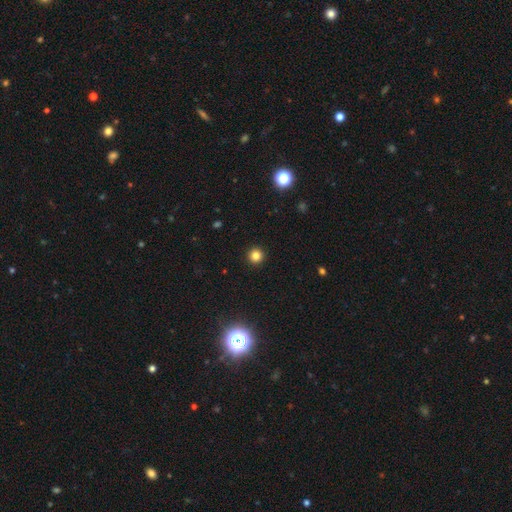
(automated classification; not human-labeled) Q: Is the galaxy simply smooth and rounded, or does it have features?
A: smooth — 82%.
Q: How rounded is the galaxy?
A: round — 95%.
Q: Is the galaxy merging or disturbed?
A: none — 93%.